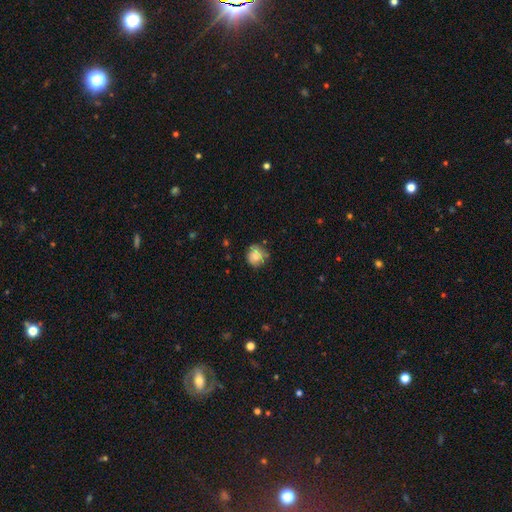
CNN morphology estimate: smooth-or-featured: smooth: 71% | featured or disk: 20% | star or artifact: 9%
  how-rounded: round: 83% | in between: 16% | cigar-shaped: 1%
  merging: none: 70% | minor disturbance: 22% | major disturbance: 5% | merger: 3%